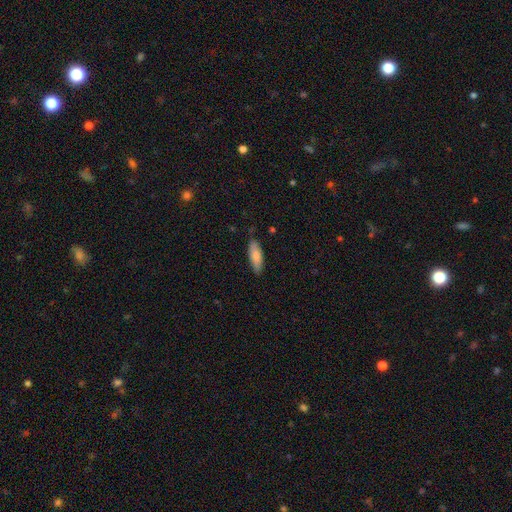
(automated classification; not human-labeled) Smooth or featured? smooth (80%)
How rounded? in between (57%)
Merging? none (81%)